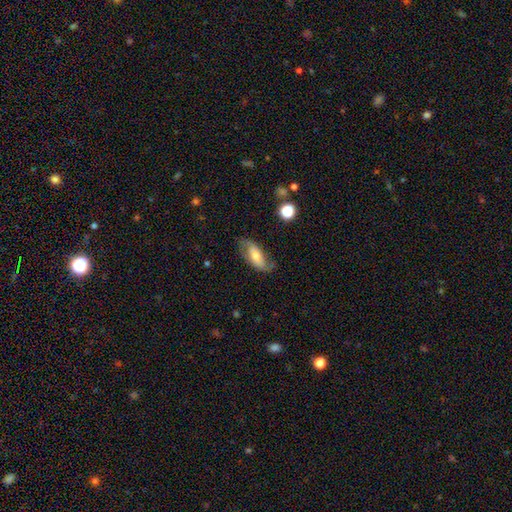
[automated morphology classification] This appears to be a featured or disk galaxy (58%) with no bar (48%), spiral arms (84%) and a moderate central bulge (49%). Merging: none (66%).